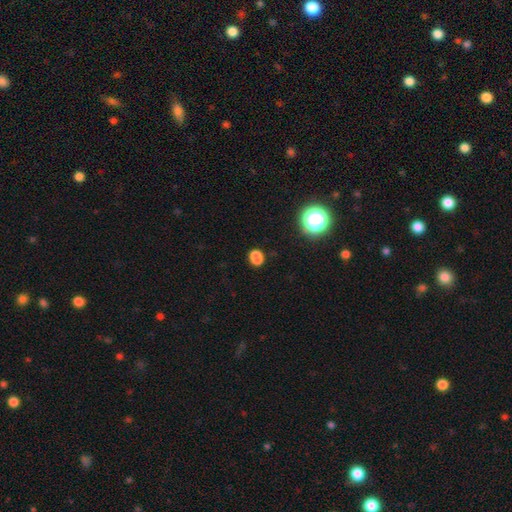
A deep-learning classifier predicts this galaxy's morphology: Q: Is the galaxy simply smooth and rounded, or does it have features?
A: smooth — 78%.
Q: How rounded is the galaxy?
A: in between — 57%.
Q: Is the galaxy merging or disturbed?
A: none — 74%.